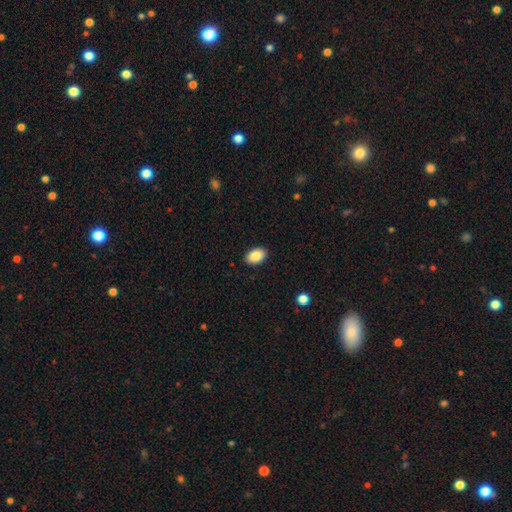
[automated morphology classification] smooth_or_featured: smooth (p=0.88) [alt: star or artifact p=0.07]
how_rounded: in between (p=0.92) [alt: round p=0.07]
merging: none (p=0.90) [alt: minor disturbance p=0.07]